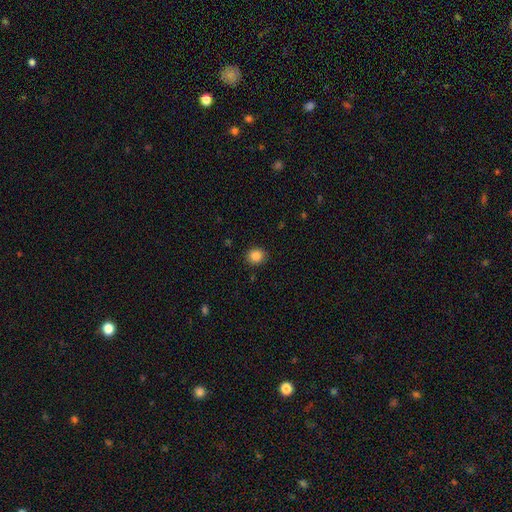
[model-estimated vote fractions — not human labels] Smooth or featured: smooth — 86% (star or artifact — 10%)
How rounded: round — 79% (in between — 20%)
Merging: none — 90% (minor disturbance — 7%)